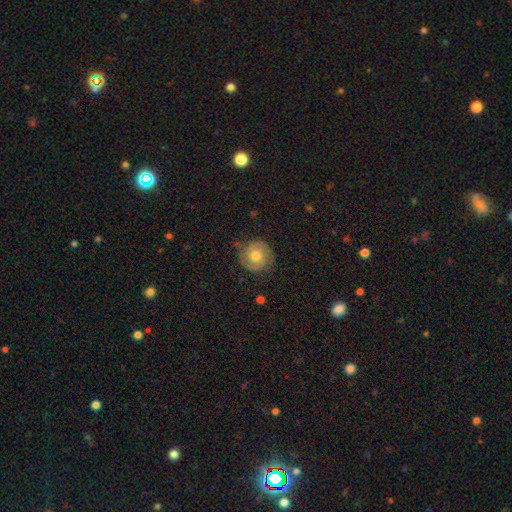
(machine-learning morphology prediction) Overall: featured or disk (64%; smooth 29%). Edge-on disk: no (98%). Bar: no (75%). Spiral arms: yes (88%). Spiral arm count: 2 (87%). Spiral winding: tight (54%; medium 35%). Bulge size: moderate (72%). Merging: none (79%).